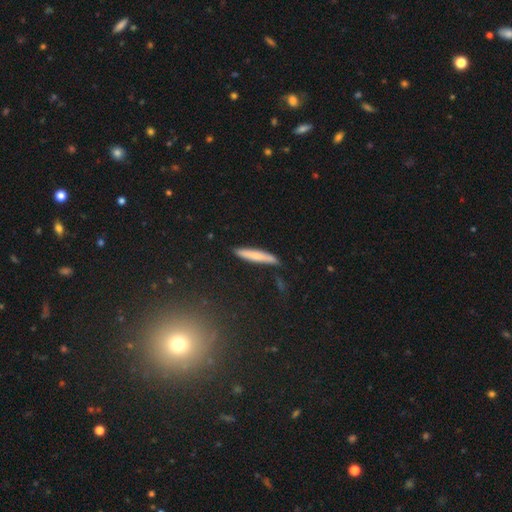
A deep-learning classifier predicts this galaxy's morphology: smooth_or_featured: smooth (p=0.67) [alt: featured or disk p=0.26]
how_rounded: cigar-shaped (p=0.92) [alt: in between p=0.06]
merging: none (p=0.81) [alt: minor disturbance p=0.14]